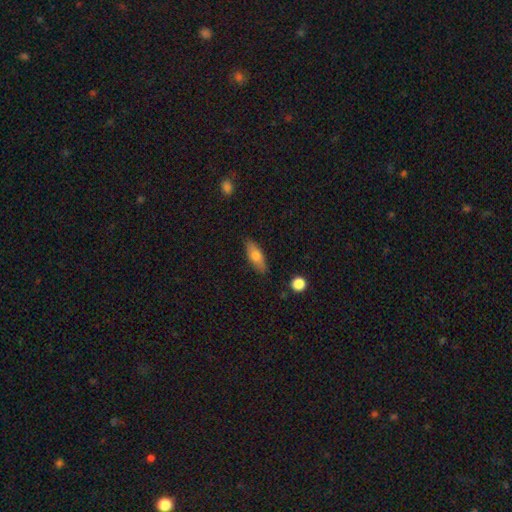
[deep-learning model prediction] smooth_or_featured: smooth (p=0.66) [alt: featured or disk p=0.27]
how_rounded: in between (p=0.70) [alt: cigar-shaped p=0.27]
merging: none (p=0.83) [alt: minor disturbance p=0.13]